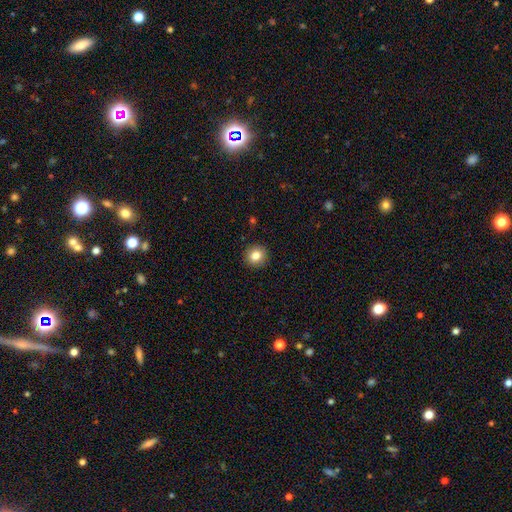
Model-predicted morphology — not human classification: Smooth or featured?
  - smooth: 83% *
  - star or artifact: 10%
  - featured or disk: 7%
How rounded?
  - round: 92% *
  - in between: 7%
  - cigar-shaped: 1%
Merging?
  - none: 92% *
  - minor disturbance: 5%
  - major disturbance: 2%
  - merger: 1%